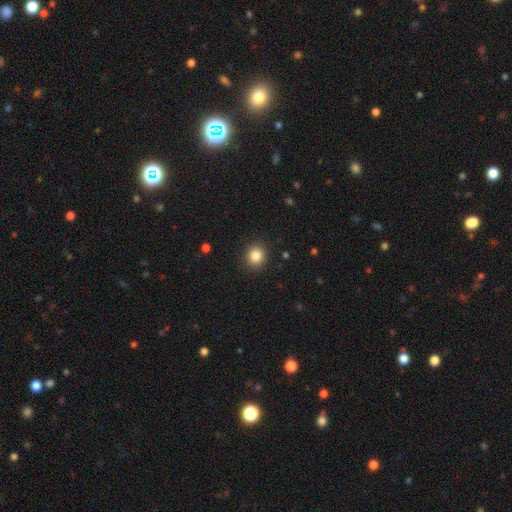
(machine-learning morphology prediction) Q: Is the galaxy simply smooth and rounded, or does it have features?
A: smooth — 85%.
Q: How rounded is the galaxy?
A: round — 83%.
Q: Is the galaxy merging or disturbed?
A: none — 90%.